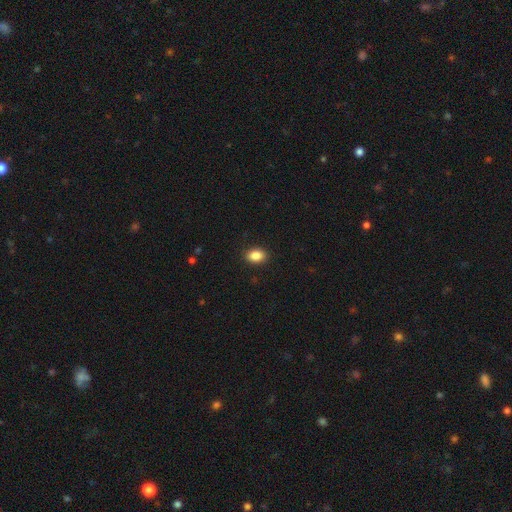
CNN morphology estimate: smooth_or_featured: smooth (p=0.87) [alt: star or artifact p=0.08]
how_rounded: in between (p=0.80) [alt: round p=0.19]
merging: none (p=0.90) [alt: minor disturbance p=0.07]